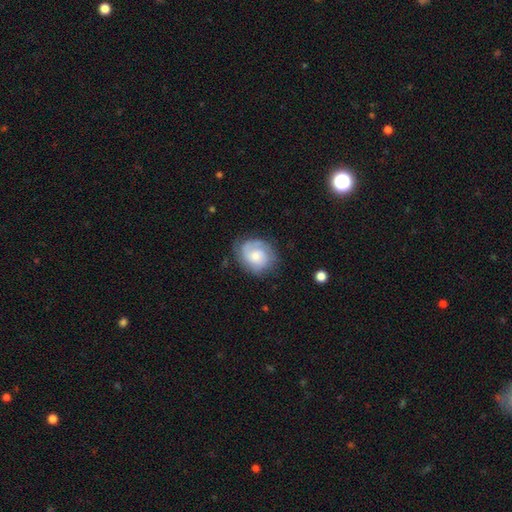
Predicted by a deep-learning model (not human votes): smooth-or-featured: featured or disk: 70% | smooth: 24% | star or artifact: 6%
  disk-edge-on: no: 98% | yes: 2%
    bar: no: 69% | weak: 28% | strong: 4%
    has-spiral-arms: yes: 93% | no: 7%
      spiral-winding: tight: 54% | medium: 35% | loose: 11%
      spiral-arm-count: 2: 46% | can't tell: 20% | 3: 14% | 1: 13% | 4: 3% | more than 4: 3%
    bulge-size: moderate: 44% | small: 42% | large: 8% | none: 5% | dominant: 2%
  merging: none: 72% | minor disturbance: 19% | major disturbance: 8% | merger: 1%